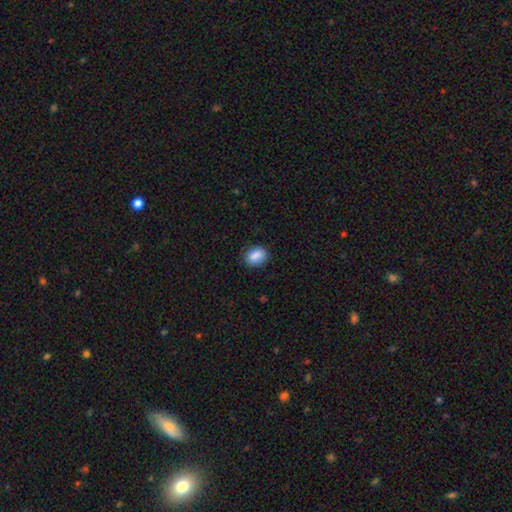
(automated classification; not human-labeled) Smooth or featured? smooth (88%)
How rounded? in between (65%)
Merging? none (83%)